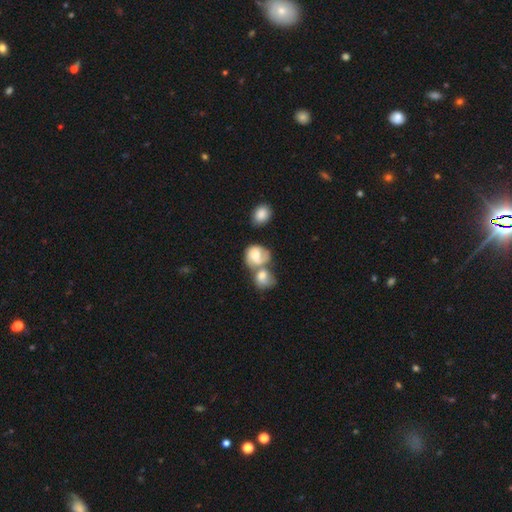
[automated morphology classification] Q: Smooth or featured?
A: featured or disk (48%); runner-up: smooth (45%)
Q: Merging?
A: merger (64%); runner-up: none (19%)